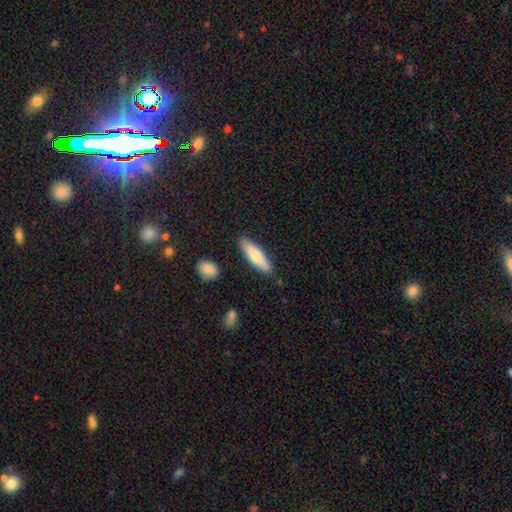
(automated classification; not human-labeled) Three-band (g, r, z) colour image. It shows a smooth galaxy with no disk features (76%) that is cigar-shaped (64%). Merging: none (86%).